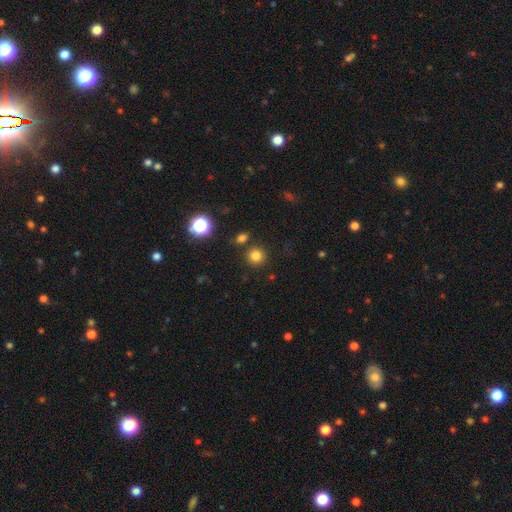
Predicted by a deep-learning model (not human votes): Smooth or featured? Predicted: smooth (p=0.81). How rounded? Predicted: round (p=0.92). Merging? Predicted: none (p=0.84).